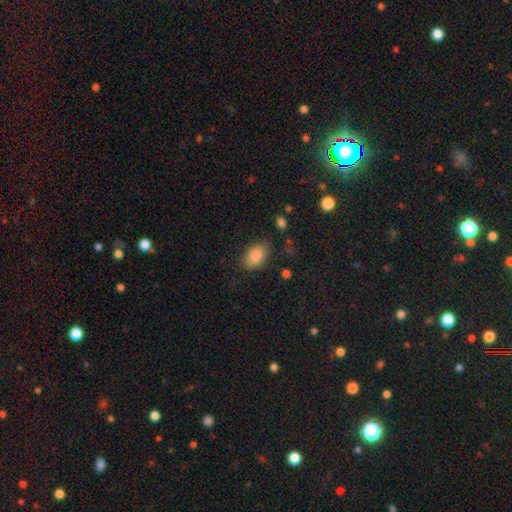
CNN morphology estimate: Smooth or featured: smooth — 86% (star or artifact — 8%)
How rounded: in between — 88% (round — 10%)
Merging: none — 82% (minor disturbance — 13%)